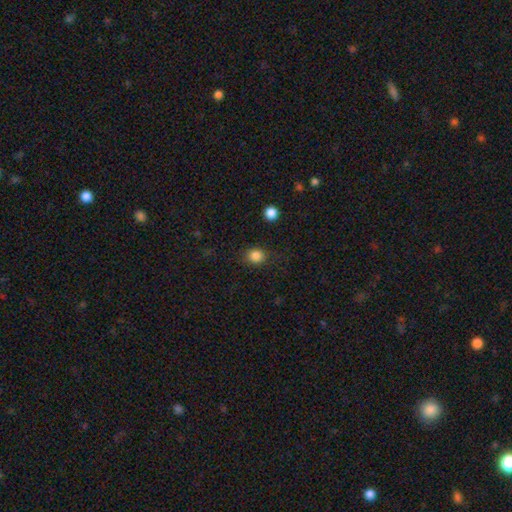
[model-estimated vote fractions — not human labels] This appears to be a smooth galaxy with no disk features (84%) that is round (73%). Merging: none (83%).